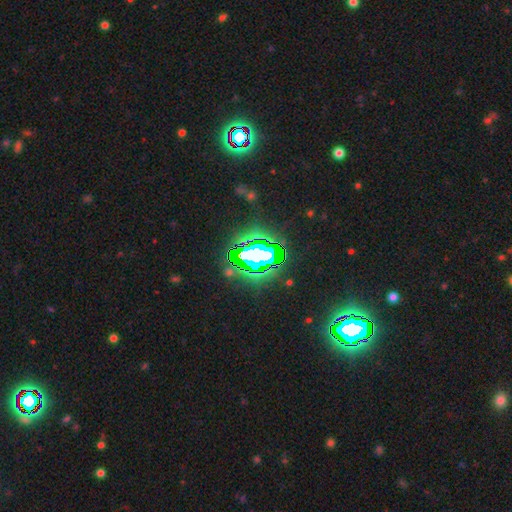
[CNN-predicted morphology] Smooth or featured? star or artifact (74%)